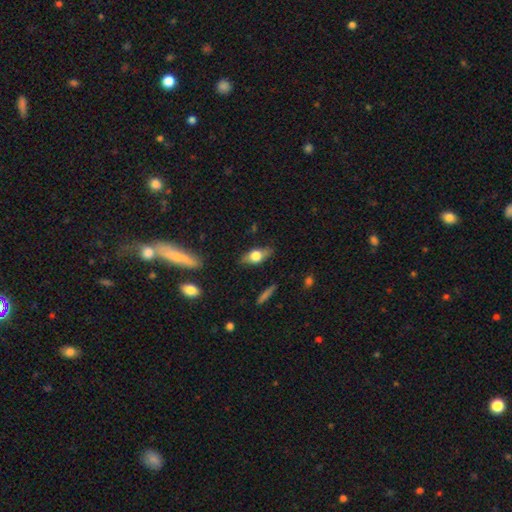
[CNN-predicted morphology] Smooth or featured: smooth — 51% (featured or disk — 41%)
How rounded: in between — 73% (cigar-shaped — 17%)
Merging: none — 79% (minor disturbance — 15%)